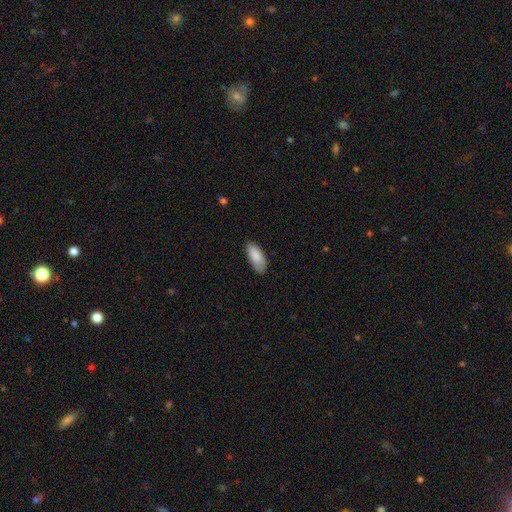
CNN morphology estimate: smooth_or_featured: smooth (p=0.87) [alt: featured or disk p=0.07]
how_rounded: in between (p=0.88) [alt: cigar-shaped p=0.11]
merging: none (p=0.79) [alt: minor disturbance p=0.17]